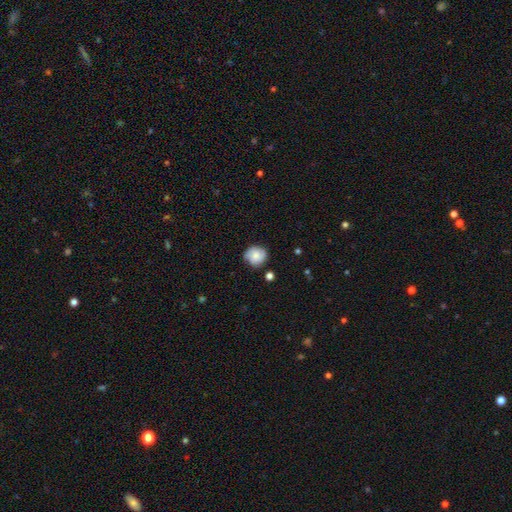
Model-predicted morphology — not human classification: A smooth galaxy with no disk features (65%) that is round (87%).

Vote fractions:
- Smooth or featured? smooth: 65% / featured or disk: 27% / star or artifact: 9%
- How rounded? round: 87% / in between: 12% / cigar-shaped: 1%
- Merging? none: 75% / minor disturbance: 19% / major disturbance: 4% / merger: 2%